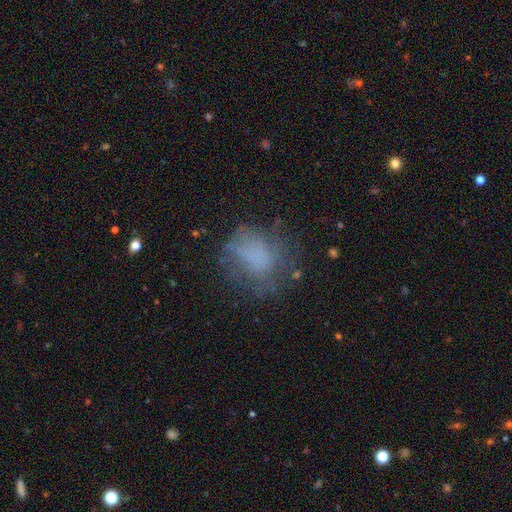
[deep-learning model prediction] smooth-or-featured: smooth: 62% | featured or disk: 23% | star or artifact: 15%
  how-rounded: round: 55% | in between: 44% | cigar-shaped: 1%
  merging: none: 54% | minor disturbance: 23% | major disturbance: 20% | merger: 3%